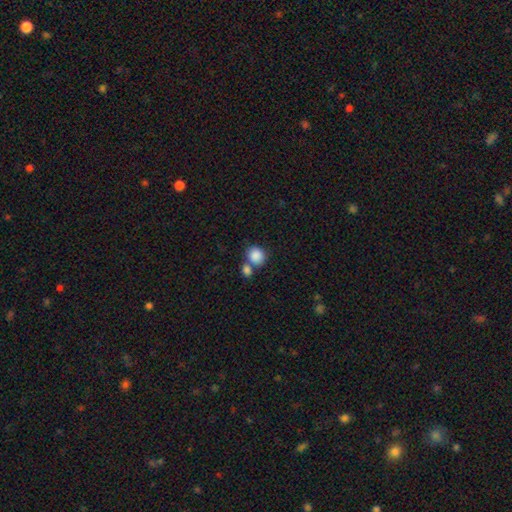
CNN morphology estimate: smooth 87%, star or artifact 8%, featured or disk 5%. Down the decision tree: how rounded — round (81%); merging — none (52%).